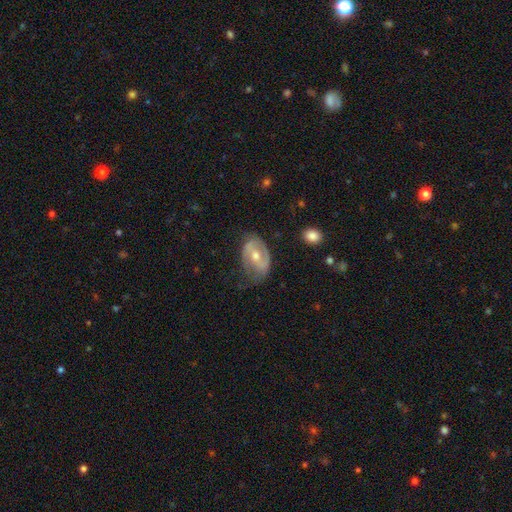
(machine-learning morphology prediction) Overall: featured or disk (68%). Edge-on disk: no (94%). Bar: weak (39%; no 32%). Spiral arms: yes (65%; no 35%). Bulge size: moderate (63%; small 33%). Merging: none (54%; minor disturbance 31%).